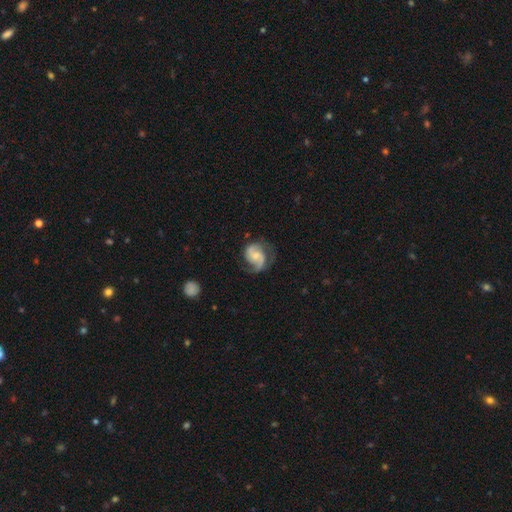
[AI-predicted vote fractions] A featured or disk galaxy (81%) with no bar (54%), 2 (84%) medium (50%) spiral arms (96%) and a small central bulge (46%).

Vote fractions:
- Smooth or featured? featured or disk: 81% / smooth: 14% / star or artifact: 6%
- Edge-on disk? no: 98% / yes: 2%
- Bar? no: 54% / weak: 38% / strong: 8%
- Spiral arms? yes: 96% / no: 4%
- Spiral winding? medium: 50% / loose: 27% / tight: 24%
- Spiral arm count? 2: 84% / 1: 7% / can't tell: 5% / 3: 3% / 4: 1% / more than 4: 1%
- Bulge size? small: 46% / moderate: 34% / none: 14% / large: 4% / dominant: 1%
- Merging? none: 63% / minor disturbance: 22% / major disturbance: 13% / merger: 2%